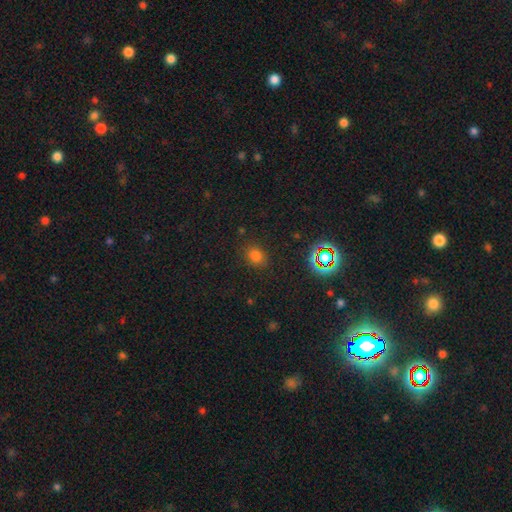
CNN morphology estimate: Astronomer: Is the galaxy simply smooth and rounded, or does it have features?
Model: smooth — 74%.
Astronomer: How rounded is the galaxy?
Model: round — 56% (runner-up: in between, 43%).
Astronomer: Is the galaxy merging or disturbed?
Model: none — 85%.